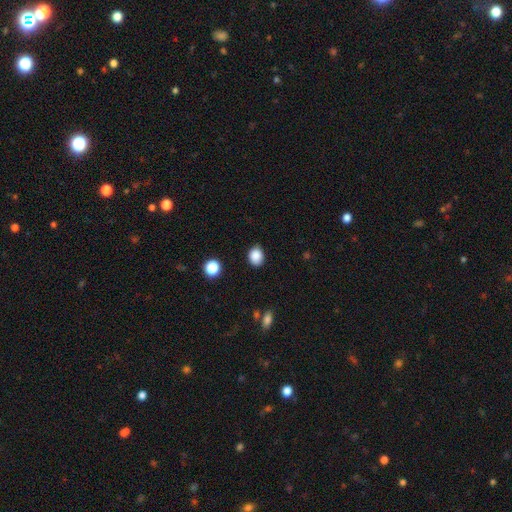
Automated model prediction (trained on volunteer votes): Morphology: type=smooth (87%); roundness=round (52%); merging=none (83%).